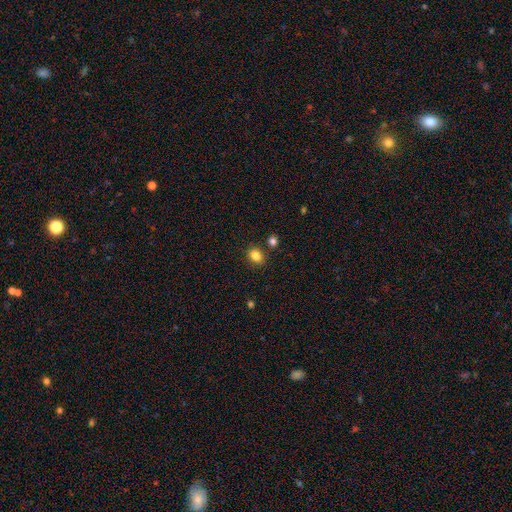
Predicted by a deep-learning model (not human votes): smooth 84%, star or artifact 11%, featured or disk 5%. Down the decision tree: how rounded — round (52%); merging — none (82%).